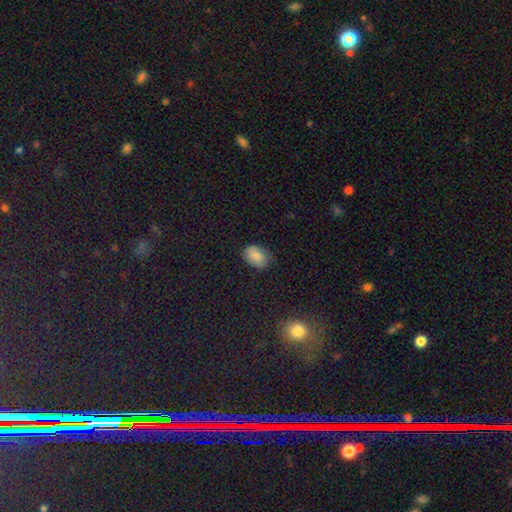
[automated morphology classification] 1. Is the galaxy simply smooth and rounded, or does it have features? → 82% smooth, 9% star or artifact, 9% featured or disk.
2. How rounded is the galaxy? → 81% in between, 17% round, 1% cigar-shaped.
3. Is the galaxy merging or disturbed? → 73% none, 21% minor disturbance, 4% major disturbance, 1% merger.